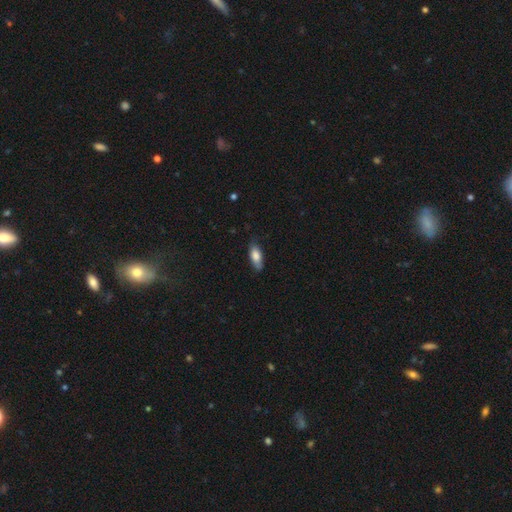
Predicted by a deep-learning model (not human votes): Smooth or featured? smooth (80%)
How rounded? in between (76%)
Merging? none (74%)